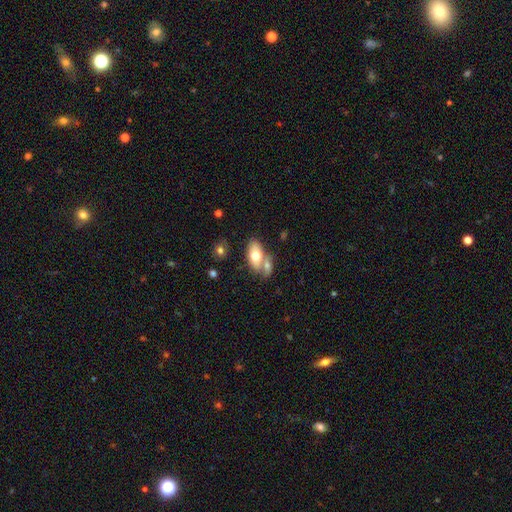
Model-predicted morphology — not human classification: A smooth galaxy with no disk features (68%) that is in between round and cigar-shaped (89%). Merging: merger (42%).